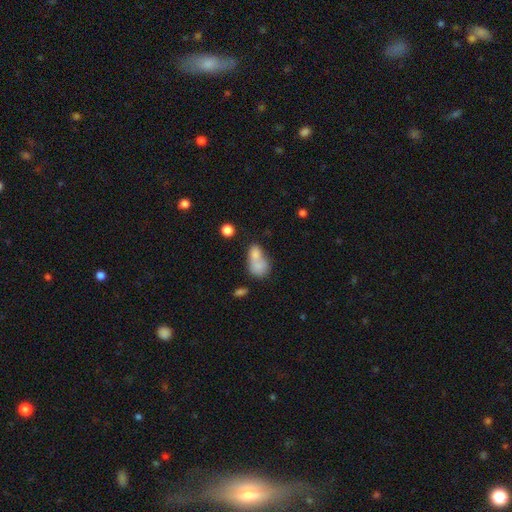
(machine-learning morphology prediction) smooth-or-featured: smooth: 75% | featured or disk: 15% | star or artifact: 10%
  how-rounded: in between: 68% | round: 29% | cigar-shaped: 4%
  merging: merger: 60% | none: 24% | minor disturbance: 10% | major disturbance: 6%